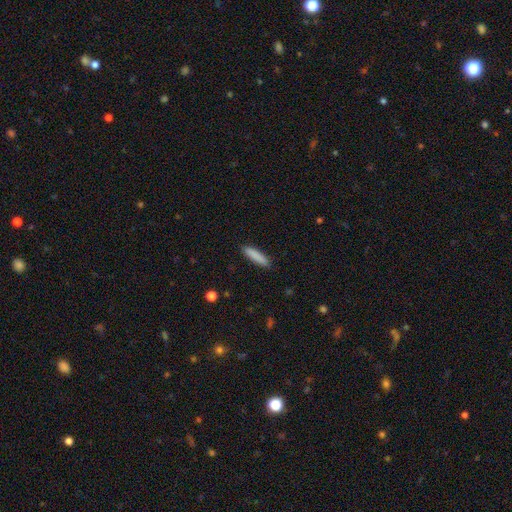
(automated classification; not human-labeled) A smooth galaxy with no disk features (87%) that is cigar-shaped (79%).

Vote fractions:
- Smooth or featured? smooth: 87% / star or artifact: 6% / featured or disk: 6%
- How rounded? cigar-shaped: 79% / in between: 20% / round: 1%
- Merging? none: 89% / minor disturbance: 8% / major disturbance: 2% / merger: 1%